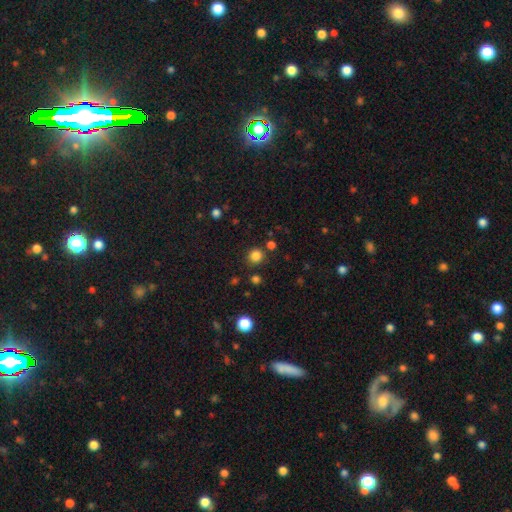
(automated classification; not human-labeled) smooth-or-featured: smooth: 82% | star or artifact: 14% | featured or disk: 4%
  how-rounded: round: 91% | in between: 8% | cigar-shaped: 1%
  merging: none: 85% | minor disturbance: 8% | merger: 4% | major disturbance: 3%